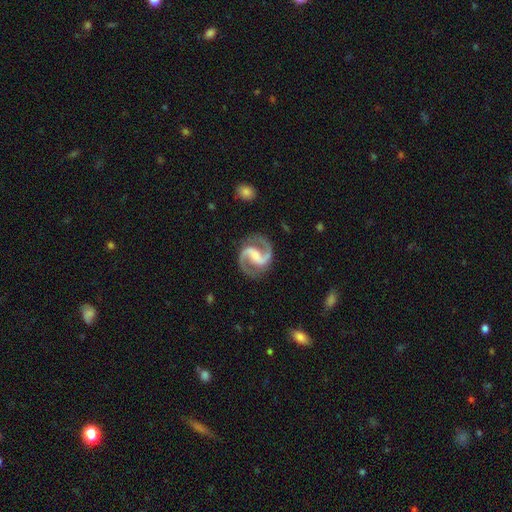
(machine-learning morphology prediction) smooth_or_featured: featured or disk (p=0.93) [alt: star or artifact p=0.04]
disk_edge_on: no (p=0.98) [alt: yes p=0.02]
bar: strong (p=0.43) [alt: weak p=0.37]
has_spiral_arms: yes (p=0.98) [alt: no p=0.02]
spiral_winding: medium (p=0.66) [alt: tight p=0.19]
spiral_arm_count: 2 (p=0.95) [alt: can't tell p=0.01]
bulge_size: small (p=0.31) [alt: moderate p=0.30]
merging: none (p=0.84) [alt: minor disturbance p=0.10]